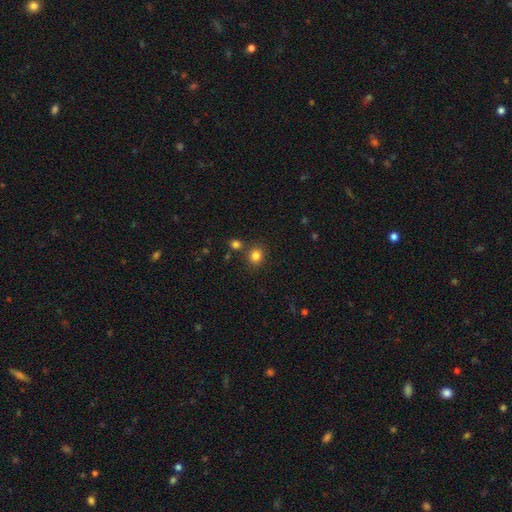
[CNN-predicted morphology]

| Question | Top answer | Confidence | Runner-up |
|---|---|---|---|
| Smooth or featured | smooth | 82% | star or artifact (13%) |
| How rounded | round | 78% | in between (21%) |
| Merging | none | 79% | merger (10%) |